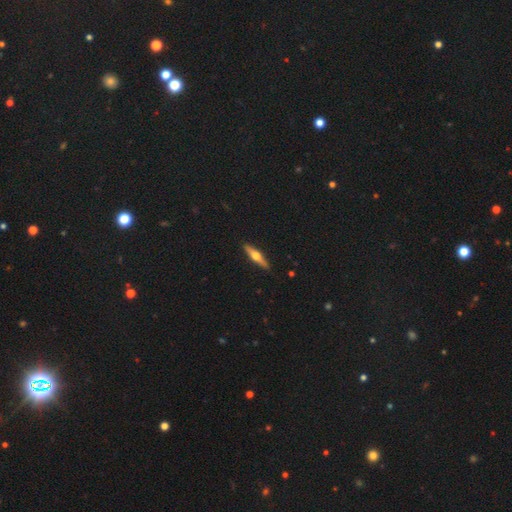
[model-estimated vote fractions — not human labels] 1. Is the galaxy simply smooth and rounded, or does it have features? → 64% featured or disk, 30% smooth, 5% star or artifact.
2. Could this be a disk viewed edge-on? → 96% yes, 4% no.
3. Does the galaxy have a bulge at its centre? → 95% rounded, 3% boxy, 2% none.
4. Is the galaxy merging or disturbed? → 91% none, 7% minor disturbance, 1% major disturbance, 1% merger.